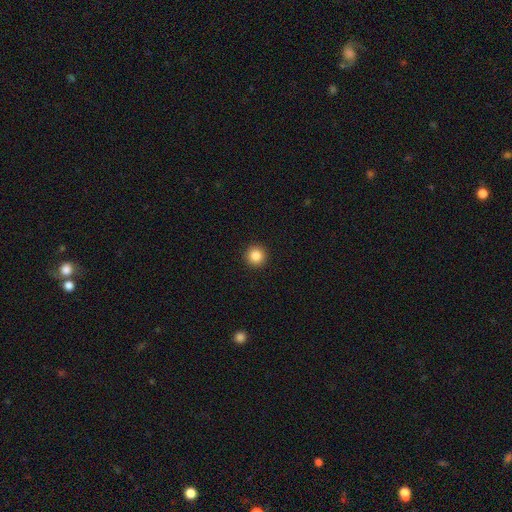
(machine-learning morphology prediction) smooth-or-featured: smooth: 86% | star or artifact: 10% | featured or disk: 4%
  how-rounded: round: 96% | in between: 3% | cigar-shaped: 1%
  merging: none: 93% | minor disturbance: 4% | major disturbance: 2% | merger: 1%